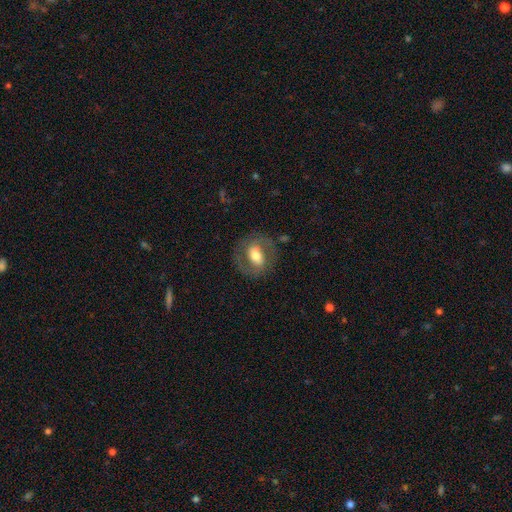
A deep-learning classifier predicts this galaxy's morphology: Overall: featured or disk (62%; smooth 31%). Edge-on disk: no (95%). Bar: weak (38%; strong 34%). Spiral arms: yes (70%; no 30%). Bulge size: moderate (62%). Merging: none (76%).